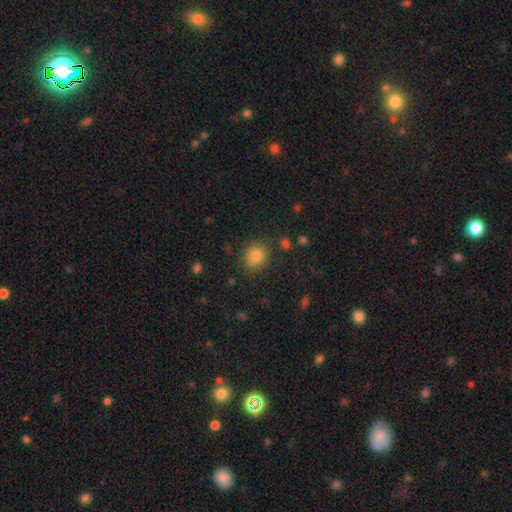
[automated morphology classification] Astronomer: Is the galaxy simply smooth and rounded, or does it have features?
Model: smooth — 82%.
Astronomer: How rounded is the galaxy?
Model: round — 70%.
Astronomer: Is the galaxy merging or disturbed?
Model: none — 81%.